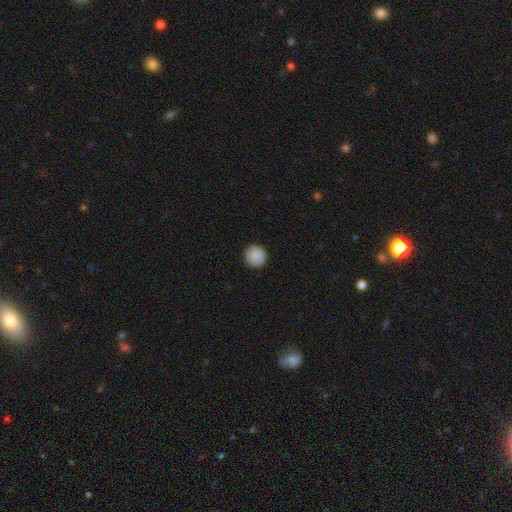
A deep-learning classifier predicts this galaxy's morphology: Smooth or featured: smooth — 89% (star or artifact — 8%)
How rounded: round — 94% (in between — 5%)
Merging: none — 91% (minor disturbance — 6%)